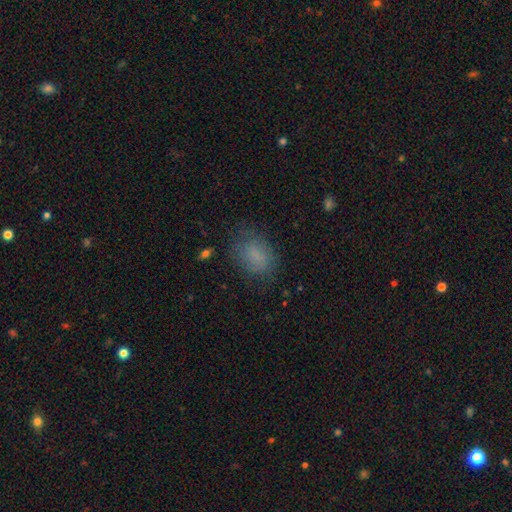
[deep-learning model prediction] The model was most divided on "how rounded": in between: 73%, round: 25%, cigar-shaped: 1%. More confident: smooth or featured — smooth (79%); merging — none (71%).